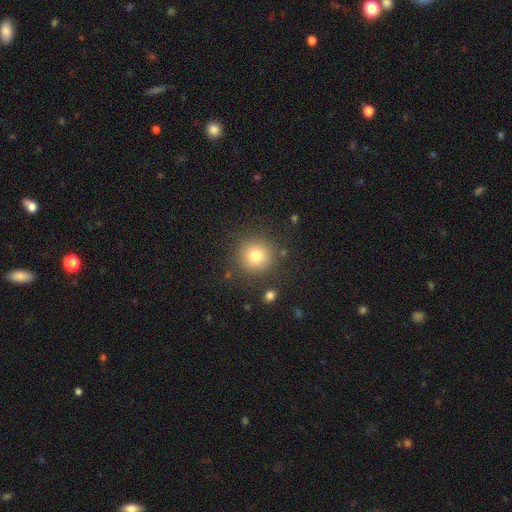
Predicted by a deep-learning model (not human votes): smooth_or_featured: smooth (p=0.78) [alt: star or artifact p=0.12]
how_rounded: round (p=0.93) [alt: in between p=0.06]
merging: none (p=0.86) [alt: minor disturbance p=0.08]